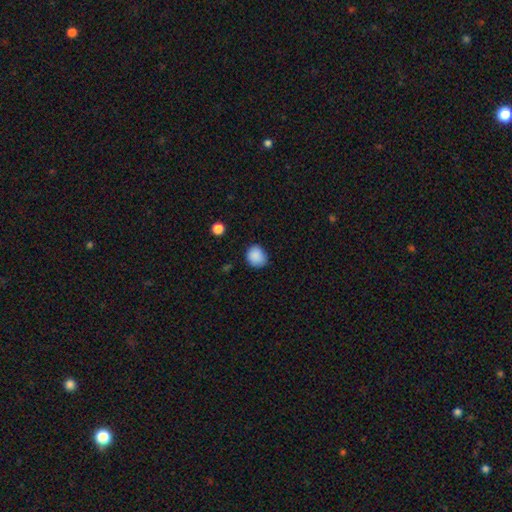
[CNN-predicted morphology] Smooth or featured: smooth — 88% (star or artifact — 9%)
How rounded: round — 75% (in between — 24%)
Merging: none — 77% (minor disturbance — 18%)